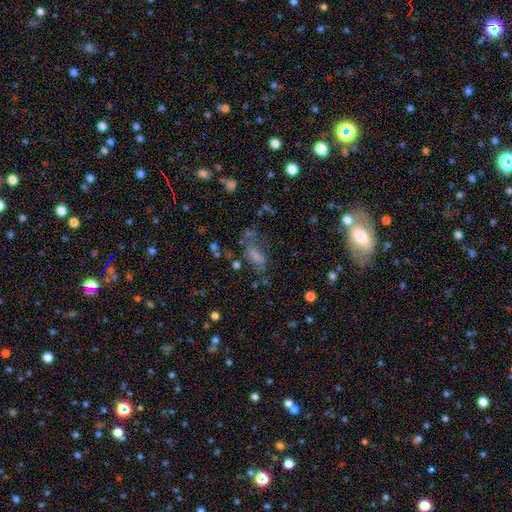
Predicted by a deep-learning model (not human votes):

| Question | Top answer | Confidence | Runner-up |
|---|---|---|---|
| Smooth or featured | smooth | 65% | featured or disk (20%) |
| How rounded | in between | 76% | cigar-shaped (19%) |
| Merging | none | 47% | minor disturbance (25%) |